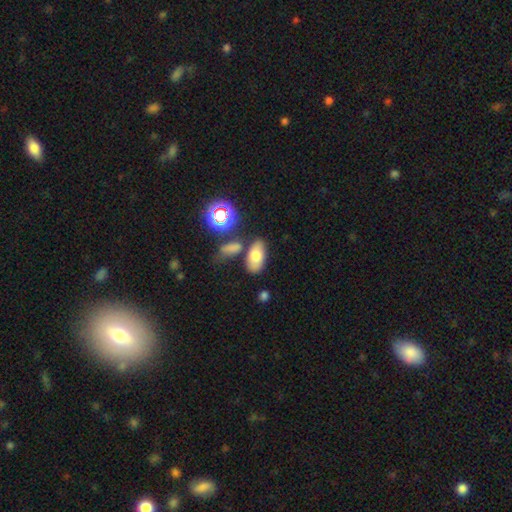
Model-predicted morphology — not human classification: This appears to be a smooth galaxy with no disk features (72%) that is in between round and cigar-shaped (90%). Merging: none (67%).